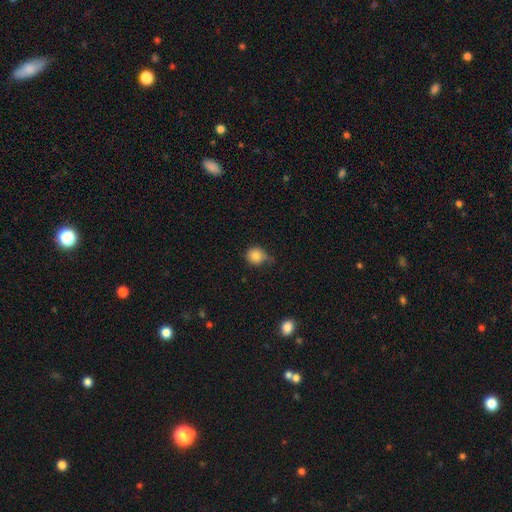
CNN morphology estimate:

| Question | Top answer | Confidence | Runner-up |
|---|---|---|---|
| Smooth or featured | smooth | 84% | star or artifact (10%) |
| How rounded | round | 88% | in between (11%) |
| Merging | none | 58% | minor disturbance (32%) |